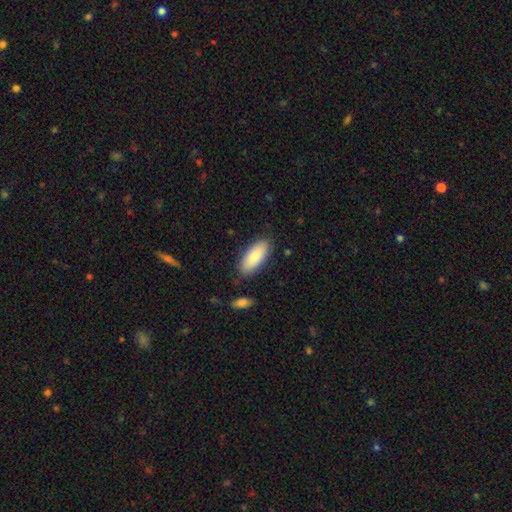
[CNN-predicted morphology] Smooth or featured?
  - smooth: 86% *
  - featured or disk: 8%
  - star or artifact: 6%
How rounded?
  - in between: 85% *
  - cigar-shaped: 13%
  - round: 2%
Merging?
  - none: 85% *
  - minor disturbance: 11%
  - major disturbance: 2%
  - merger: 2%